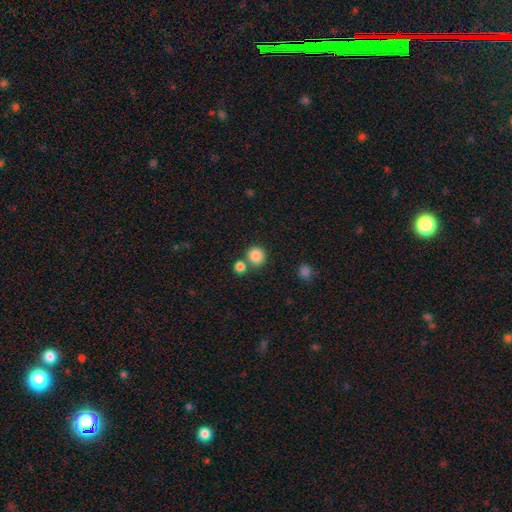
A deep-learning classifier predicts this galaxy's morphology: smooth-or-featured: smooth: 85% | star or artifact: 10% | featured or disk: 5%
  how-rounded: round: 92% | in between: 8% | cigar-shaped: 1%
  merging: none: 69% | merger: 20% | minor disturbance: 8% | major disturbance: 3%